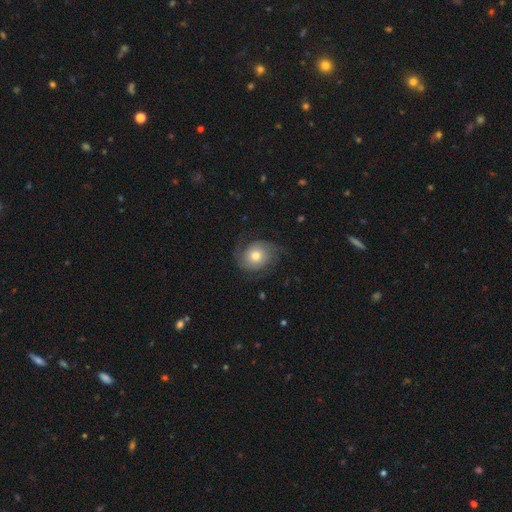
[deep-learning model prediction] Smooth or featured? featured or disk (63%)
Edge-on disk? no (97%)
Bar? no (79%)
Spiral arms? yes (91%)
Spiral winding? medium (40%)
Spiral arm count? 2 (75%)
Bulge size? moderate (67%)
Merging? none (68%)